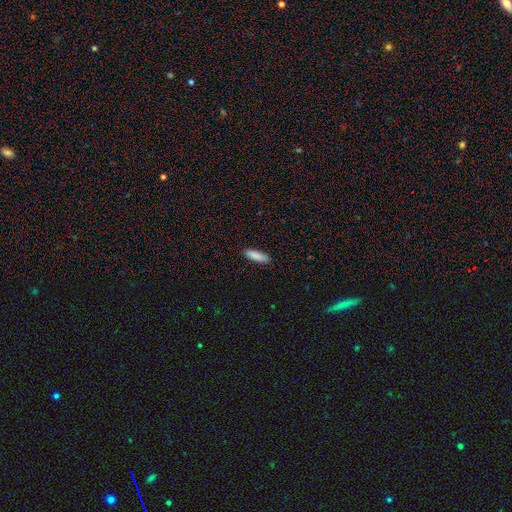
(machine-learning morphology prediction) smooth 88%, star or artifact 6%, featured or disk 6%. Down the decision tree: how rounded — cigar-shaped (55%); merging — none (88%).